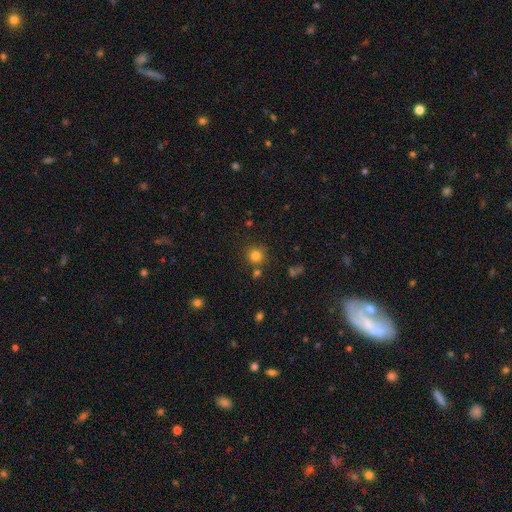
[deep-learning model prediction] This is likely a smooth galaxy (80%). How rounded: clearly round (92%). Merging: likely none (78%).